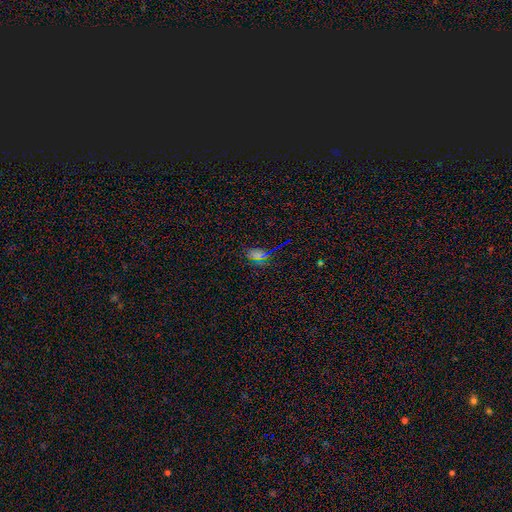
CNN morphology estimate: Overall: star or artifact (48%; smooth 42%).